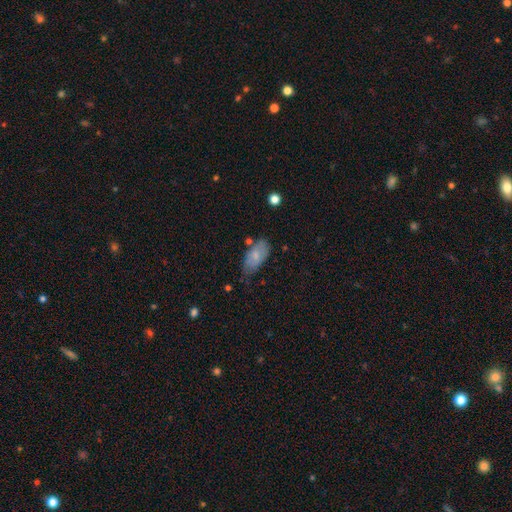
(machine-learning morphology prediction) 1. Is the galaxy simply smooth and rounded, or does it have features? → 74% smooth, 19% featured or disk, 7% star or artifact.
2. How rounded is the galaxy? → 90% in between, 7% cigar-shaped, 3% round.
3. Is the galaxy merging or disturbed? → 57% none, 31% minor disturbance, 7% major disturbance, 5% merger.